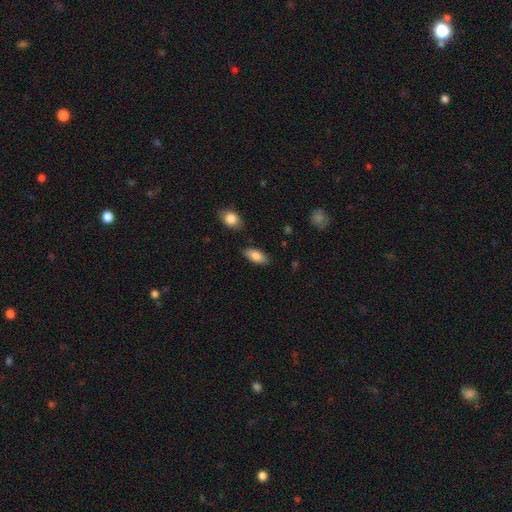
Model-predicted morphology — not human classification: Smooth or featured?
  - smooth: 82% *
  - featured or disk: 11%
  - star or artifact: 7%
How rounded?
  - in between: 88% *
  - cigar-shaped: 10%
  - round: 3%
Merging?
  - none: 84% *
  - minor disturbance: 11%
  - merger: 3%
  - major disturbance: 2%